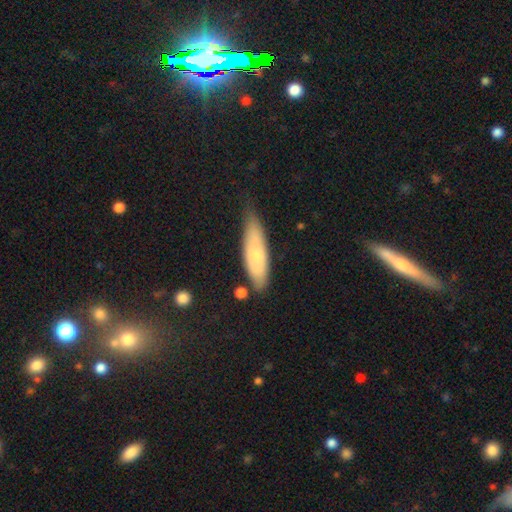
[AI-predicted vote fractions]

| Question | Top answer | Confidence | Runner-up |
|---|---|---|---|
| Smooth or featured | smooth | 63% | featured or disk (31%) |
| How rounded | cigar-shaped | 51% | in between (47%) |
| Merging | none | 58% | minor disturbance (32%) |